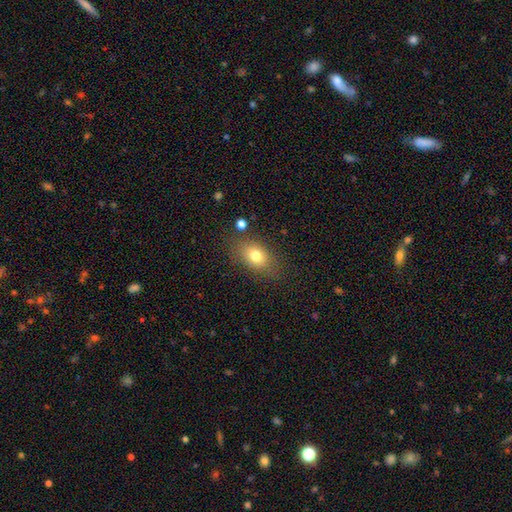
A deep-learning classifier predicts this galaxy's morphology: type=smooth (76%); roundness=in between (76%); merging=none (77%).